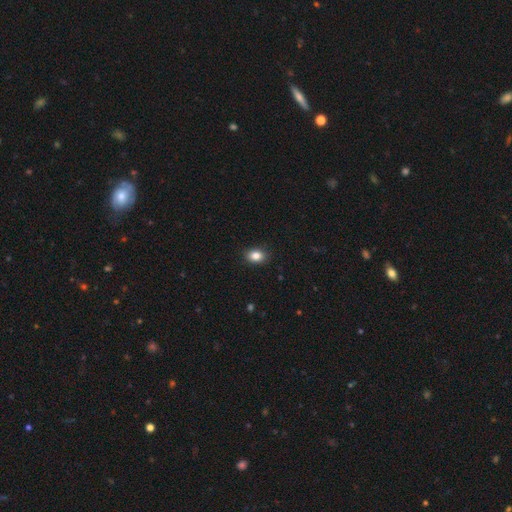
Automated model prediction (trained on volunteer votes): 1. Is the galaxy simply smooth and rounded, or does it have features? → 85% smooth, 9% star or artifact, 6% featured or disk.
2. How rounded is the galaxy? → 77% in between, 22% round, 1% cigar-shaped.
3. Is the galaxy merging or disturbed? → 89% none, 8% minor disturbance, 2% major disturbance, 1% merger.